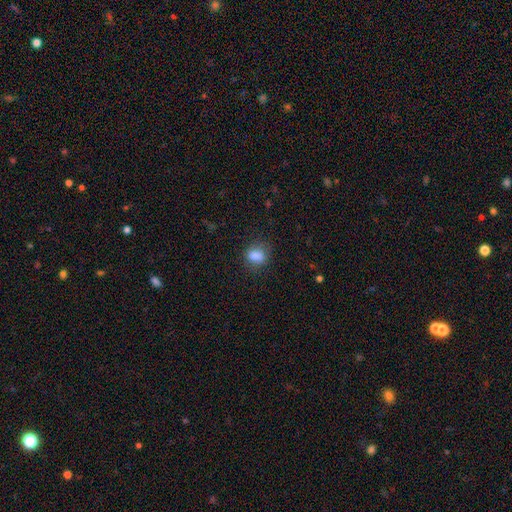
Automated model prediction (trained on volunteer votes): A smooth galaxy with no disk features (85%) that is in between round and cigar-shaped (57%).

Vote fractions:
- Smooth or featured? smooth: 85% / star or artifact: 10% / featured or disk: 6%
- How rounded? in between: 57% / round: 42% / cigar-shaped: 2%
- Merging? none: 74% / minor disturbance: 19% / major disturbance: 6% / merger: 1%